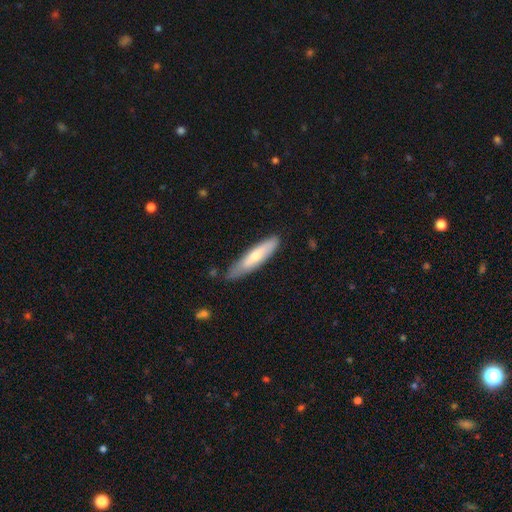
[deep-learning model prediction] A smooth galaxy with no disk features (60%) that is cigar-shaped (77%). Merging: none (73%).